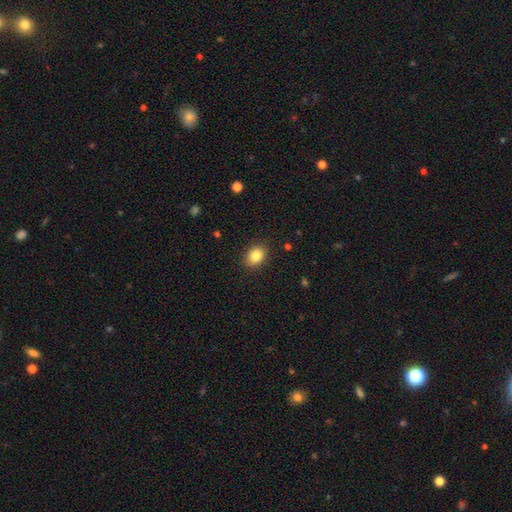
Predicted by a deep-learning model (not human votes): This is clearly a smooth galaxy (85%). How rounded: likely in between (67%). Merging: clearly none (88%).